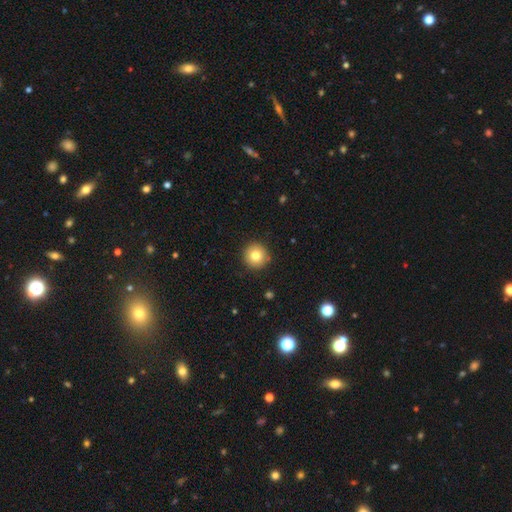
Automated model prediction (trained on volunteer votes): A smooth galaxy with no disk features (80%) that is round (96%). Merging: none (91%).